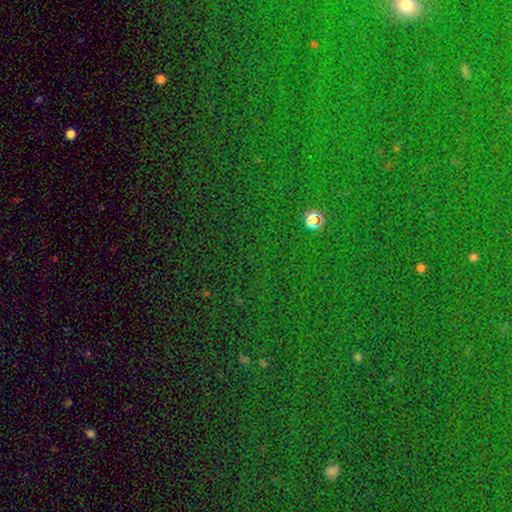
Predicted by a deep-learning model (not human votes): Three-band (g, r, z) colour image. It shows a star or artifact, not a galaxy (81%).